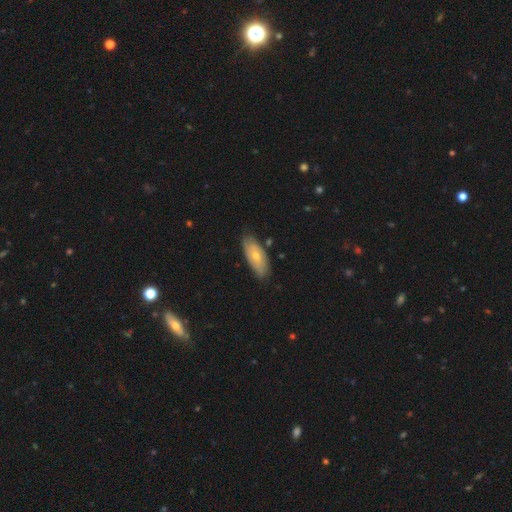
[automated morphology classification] smooth-or-featured: smooth: 54% | featured or disk: 40% | star or artifact: 6%
  how-rounded: in between: 85% | cigar-shaped: 13% | round: 3%
  merging: none: 76% | minor disturbance: 19% | major disturbance: 3% | merger: 2%